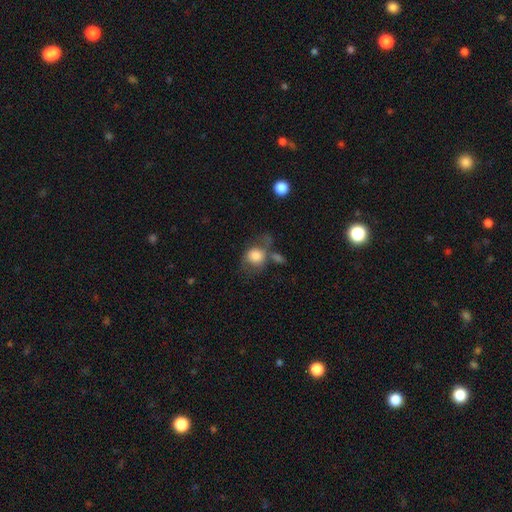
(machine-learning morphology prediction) This appears to be a smooth galaxy with no disk features (74%) that is round (63%). Merging: none (36%).